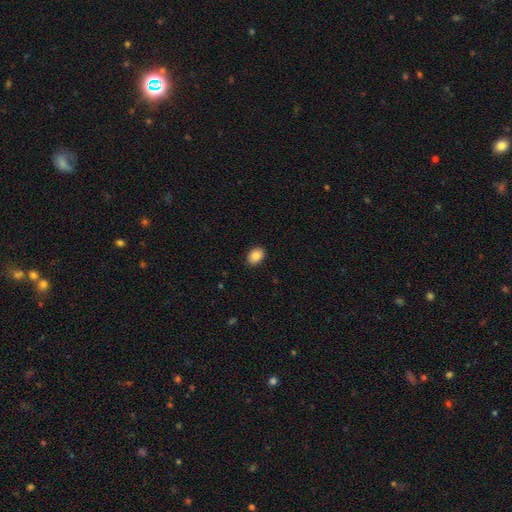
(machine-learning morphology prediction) The model was most divided on "how rounded": in between: 70%, round: 29%, cigar-shaped: 1%. More confident: merging — none (90%); smooth or featured — smooth (86%).